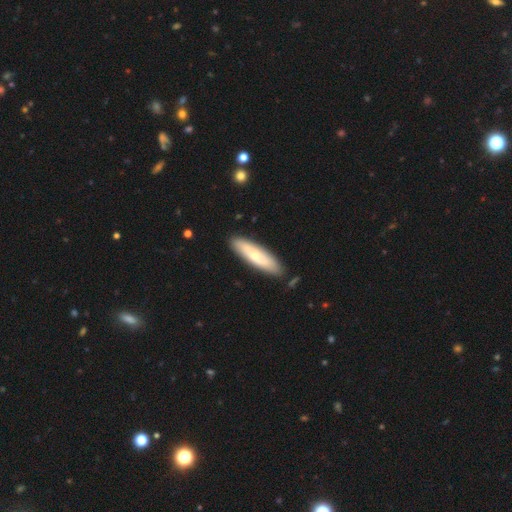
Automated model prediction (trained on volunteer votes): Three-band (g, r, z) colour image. It shows a smooth galaxy with no disk features (59%) that is cigar-shaped (66%). Merging: none (86%).